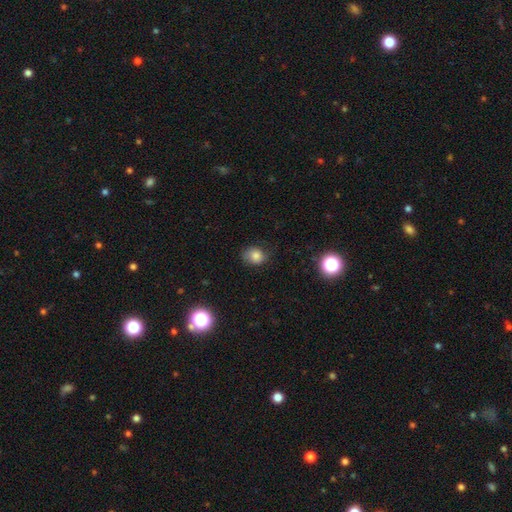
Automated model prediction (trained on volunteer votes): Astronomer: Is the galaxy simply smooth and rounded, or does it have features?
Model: smooth — 75%.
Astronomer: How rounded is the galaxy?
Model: round — 60% (runner-up: in between, 39%).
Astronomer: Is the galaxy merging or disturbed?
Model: none — 67%.